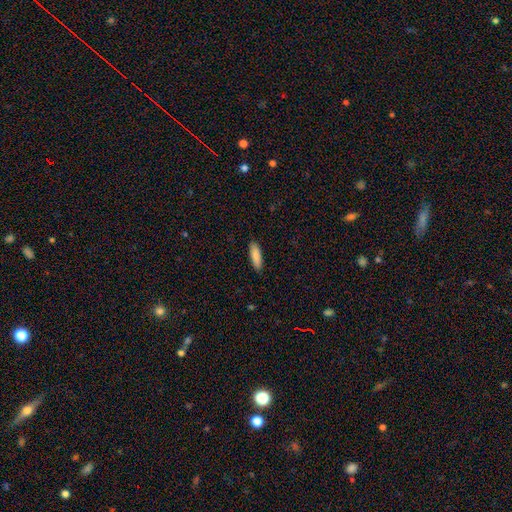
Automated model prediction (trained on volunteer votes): Smooth or featured?
  - smooth: 88% *
  - featured or disk: 6%
  - star or artifact: 6%
How rounded?
  - cigar-shaped: 53% *
  - in between: 46%
  - round: 2%
Merging?
  - none: 88% *
  - minor disturbance: 9%
  - major disturbance: 2%
  - merger: 1%